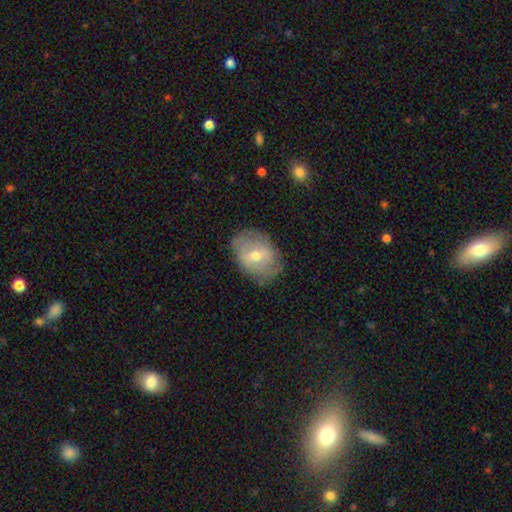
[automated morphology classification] Overall: featured or disk (47%; smooth 46%). Merging: none (72%).